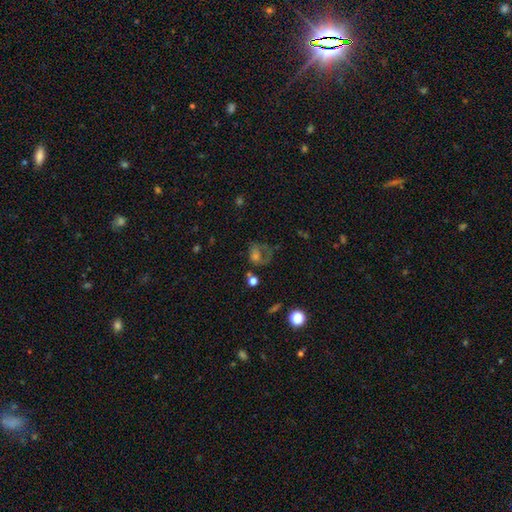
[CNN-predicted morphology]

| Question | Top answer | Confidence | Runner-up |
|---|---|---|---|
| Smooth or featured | featured or disk | 39% | smooth (37%) |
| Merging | major disturbance | 40% | none (36%) |